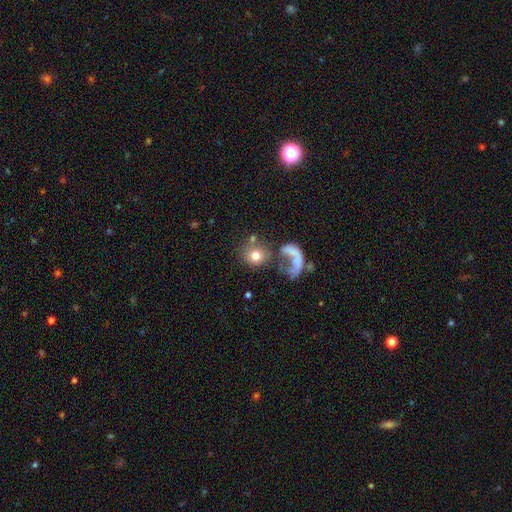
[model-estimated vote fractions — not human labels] The model was most divided on "merging": none: 41%, merger: 28%, major disturbance: 20%, minor disturbance: 11%. More confident: how rounded — round (80%); smooth or featured — smooth (72%).